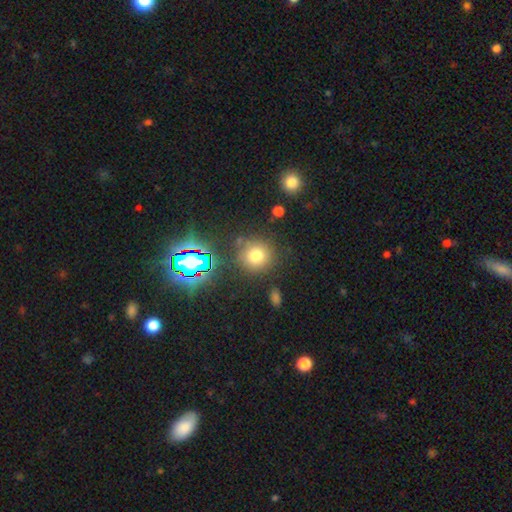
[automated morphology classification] smooth_or_featured: smooth (p=0.72) [alt: star or artifact p=0.19]
how_rounded: round (p=0.90) [alt: in between p=0.09]
merging: none (p=0.81) [alt: minor disturbance p=0.10]